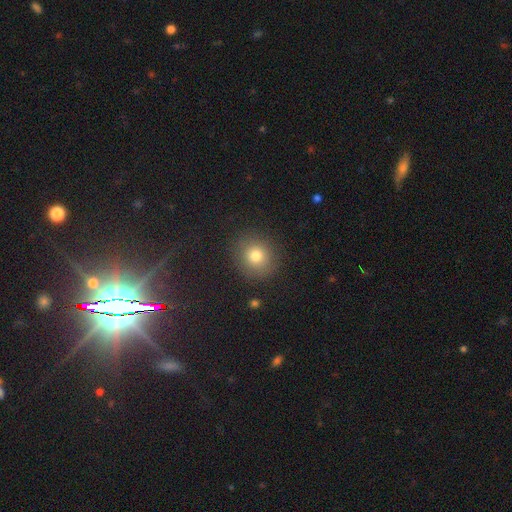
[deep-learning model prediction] smooth 77%, star or artifact 14%, featured or disk 9%. Down the decision tree: how rounded — round (85%); merging — none (87%).